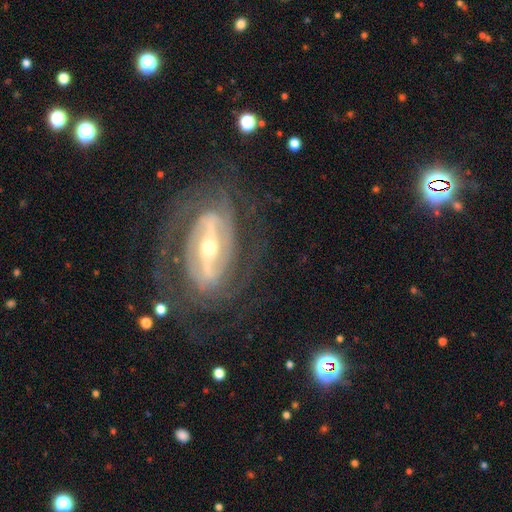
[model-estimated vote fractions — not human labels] This appears to be a featured or disk galaxy (86%) with a strong bar (64%), 2 (60%) tight (52%) spiral arms (85%) and a moderate central bulge (48%). Merging: none (73%).